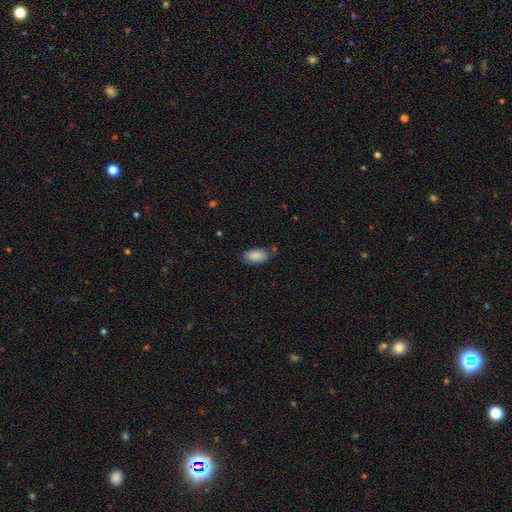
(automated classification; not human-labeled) Morphology: type=smooth (89%); roundness=in between (93%); merging=none (75%).